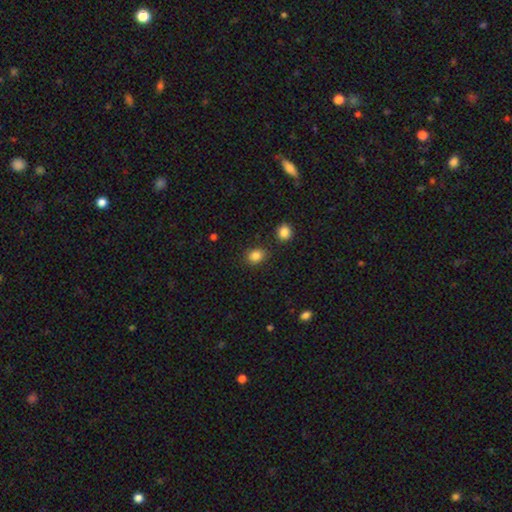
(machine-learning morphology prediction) A smooth galaxy with no disk features (85%) that is round (54%). Merging: none (84%).